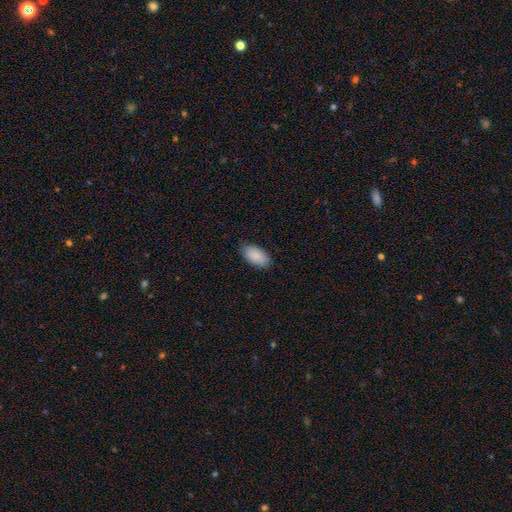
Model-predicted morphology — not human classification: The model was most divided on "merging": none: 83%, minor disturbance: 14%, major disturbance: 2%, merger: 1%. More confident: how rounded — in between (95%); smooth or featured — smooth (88%).